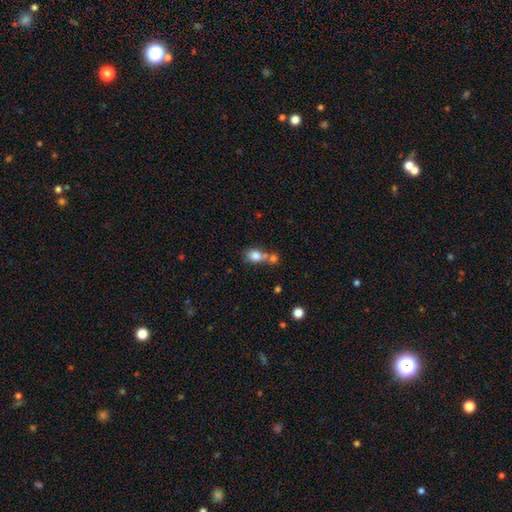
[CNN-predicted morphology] Smooth or featured?
  - smooth: 79% *
  - featured or disk: 11%
  - star or artifact: 10%
How rounded?
  - in between: 58% *
  - round: 40%
  - cigar-shaped: 3%
Merging?
  - merger: 52% *
  - none: 32%
  - minor disturbance: 11%
  - major disturbance: 6%